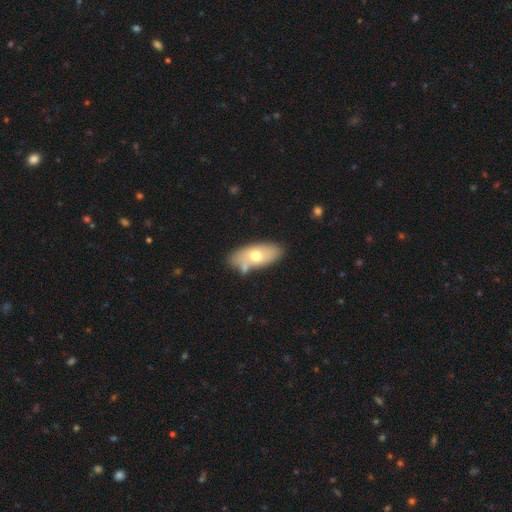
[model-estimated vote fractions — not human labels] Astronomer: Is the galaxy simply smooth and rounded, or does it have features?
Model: smooth — 63%.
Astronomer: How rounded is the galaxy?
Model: in between — 88%.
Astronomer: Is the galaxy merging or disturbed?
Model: none — 66%.